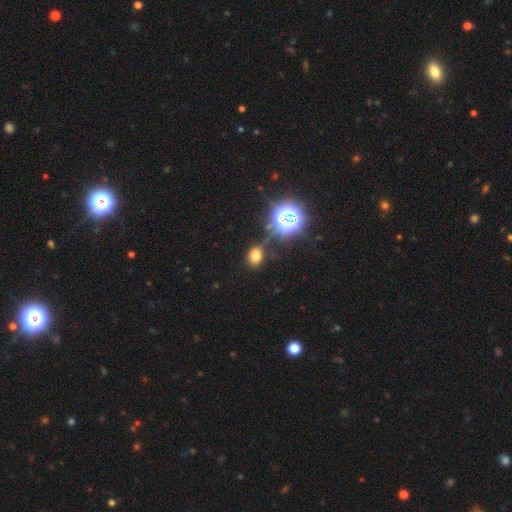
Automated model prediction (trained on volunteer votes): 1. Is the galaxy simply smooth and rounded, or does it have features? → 67% smooth, 25% star or artifact, 7% featured or disk.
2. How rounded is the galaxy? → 59% in between, 40% round, 1% cigar-shaped.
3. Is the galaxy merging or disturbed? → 65% none, 19% minor disturbance, 8% major disturbance, 8% merger.